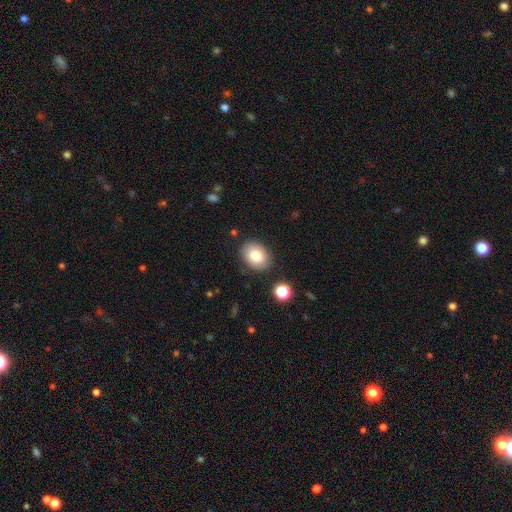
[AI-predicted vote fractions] The model was most divided on "how rounded": in between: 66%, round: 33%, cigar-shaped: 1%. More confident: merging — none (85%); smooth or featured — smooth (82%).